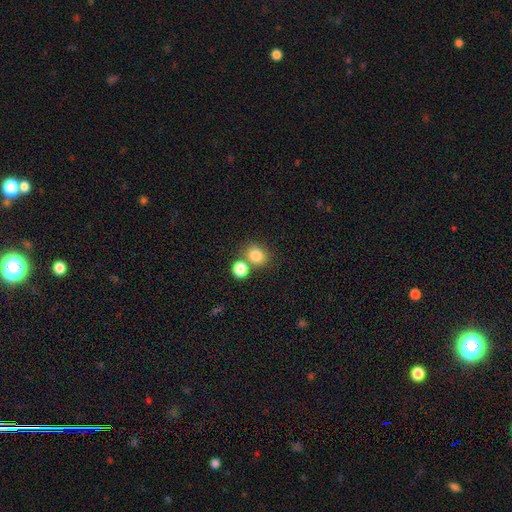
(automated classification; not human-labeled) Morphology: type=smooth (82%); roundness=round (71%); merging=none (61%).